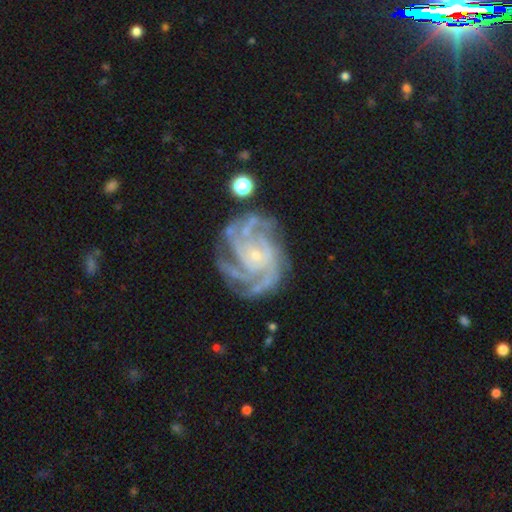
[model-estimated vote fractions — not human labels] Overall: featured or disk (91%). Edge-on disk: no (98%). Bar: no (72%). Spiral arms: yes (98%). Spiral arm count: 4 (31%; 3 28%). Spiral winding: tight (64%; medium 32%). Bulge size: small (80%). Merging: none (71%).